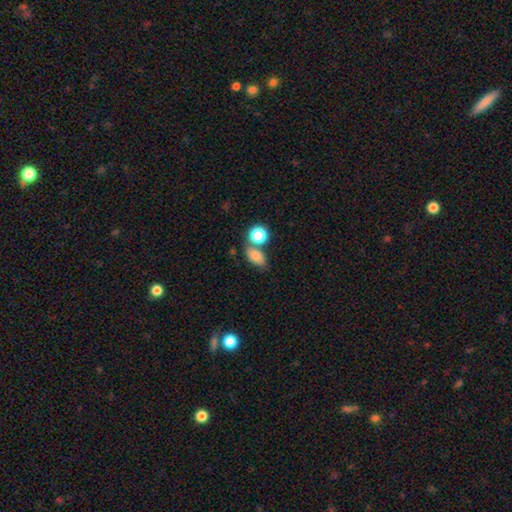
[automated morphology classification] A smooth galaxy with no disk features (78%) that is in between round and cigar-shaped (80%).

Vote fractions:
- Smooth or featured? smooth: 78% / star or artifact: 12% / featured or disk: 10%
- How rounded? in between: 80% / round: 18% / cigar-shaped: 3%
- Merging? none: 59% / merger: 23% / minor disturbance: 13% / major disturbance: 5%